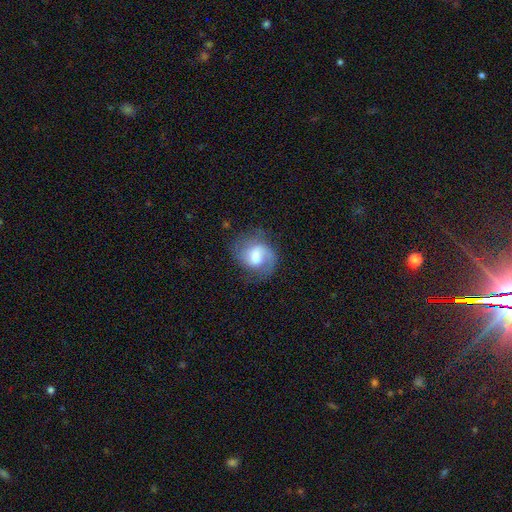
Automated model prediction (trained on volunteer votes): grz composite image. It shows a featured or disk galaxy (64%) with a weak bar (53%), 2 (64%) medium (48%) spiral arms (90%) and a moderate central bulge (46%). Merging: none (62%).